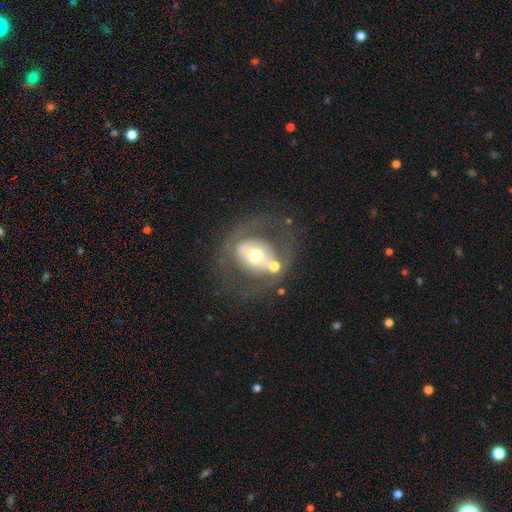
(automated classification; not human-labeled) smooth-or-featured: featured or disk: 61% | smooth: 30% | star or artifact: 8%
  disk-edge-on: no: 94% | yes: 6%
    bar: no: 52% | weak: 24% | strong: 23%
    has-spiral-arms: no: 71% | yes: 29%
    bulge-size: moderate: 64% | small: 21% | large: 11% | dominant: 2% | none: 1%
  merging: none: 59% | minor disturbance: 15% | major disturbance: 15% | merger: 10%